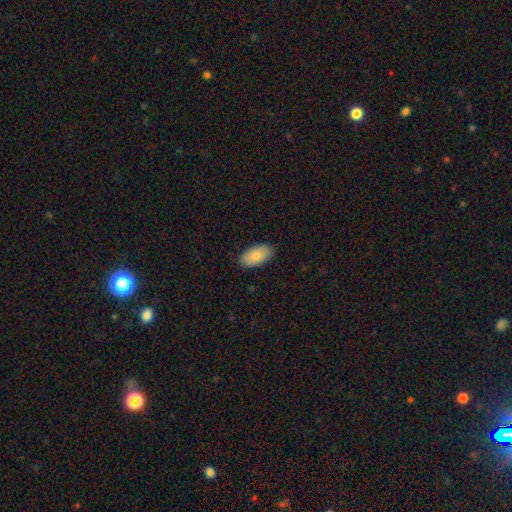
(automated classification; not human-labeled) The model was most divided on "smooth or featured": smooth: 81%, featured or disk: 13%, star or artifact: 6%. More confident: how rounded — in between (95%); merging — none (87%).